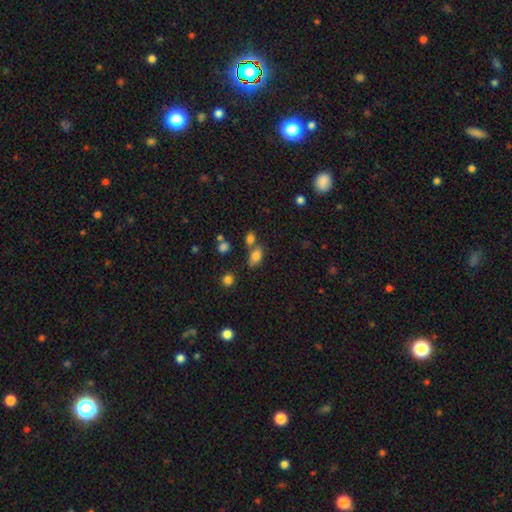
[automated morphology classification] Smooth or featured? Predicted: smooth (p=0.79). How rounded? Predicted: in between (p=0.85). Merging? Predicted: none (p=0.53).